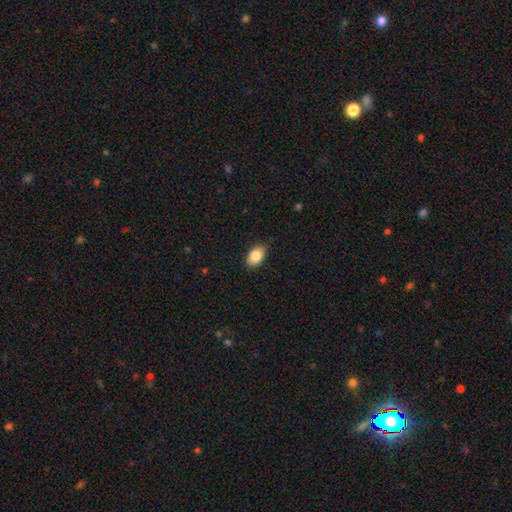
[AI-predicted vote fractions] smooth 87%, star or artifact 7%, featured or disk 6%. Down the decision tree: how rounded — in between (86%); merging — none (82%).